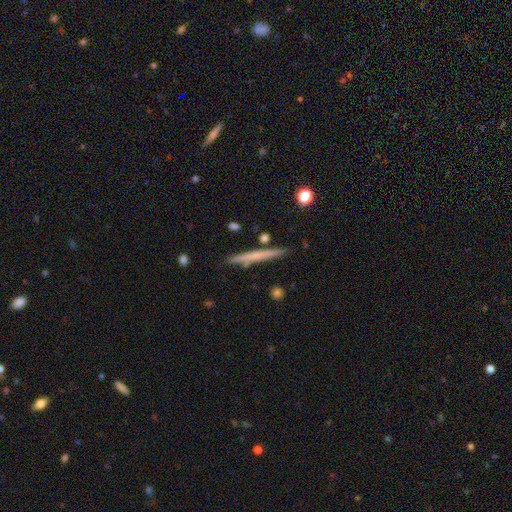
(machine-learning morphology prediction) The model was most divided on "smooth or featured": smooth: 50%, featured or disk: 44%, star or artifact: 6%. More confident: how rounded — cigar-shaped (96%); merging — none (86%).